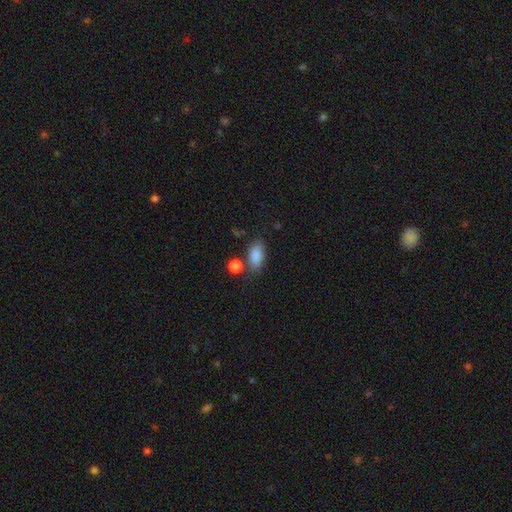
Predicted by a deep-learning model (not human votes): Overall: smooth (87%). How rounded: in between (88%). Merging: none (68%).